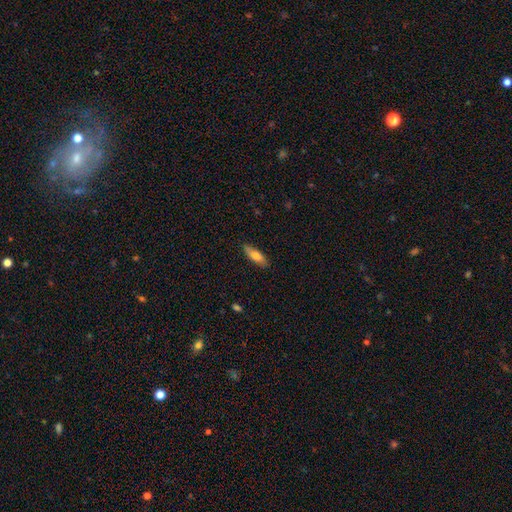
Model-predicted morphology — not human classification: Smooth or featured? smooth (74%)
How rounded? in between (54%)
Merging? none (84%)